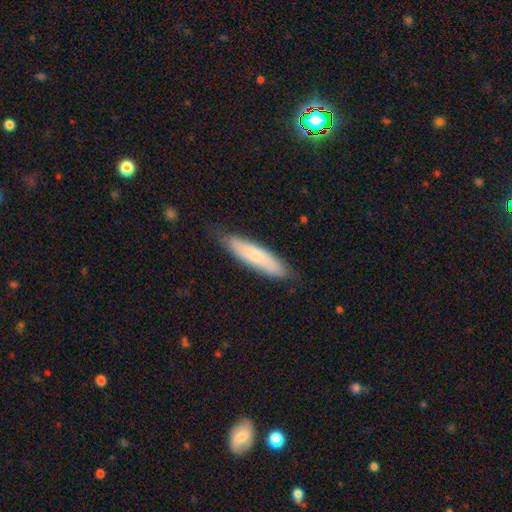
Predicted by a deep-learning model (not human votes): The model was most divided on "smooth or featured": smooth: 68%, featured or disk: 26%, star or artifact: 6%. More confident: merging — none (80%); how rounded — cigar-shaped (75%).